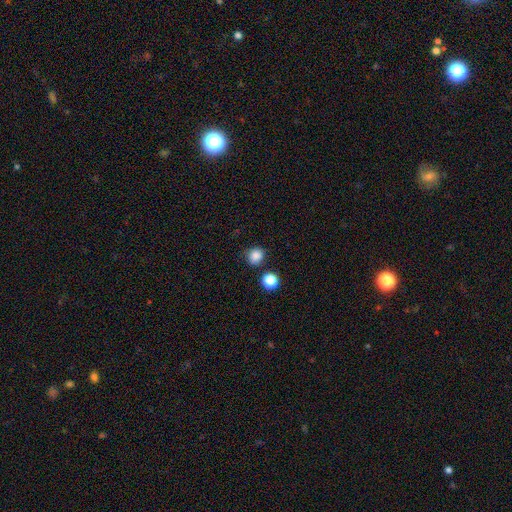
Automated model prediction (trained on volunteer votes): Smooth or featured? smooth (84%)
How rounded? round (86%)
Merging? none (82%)